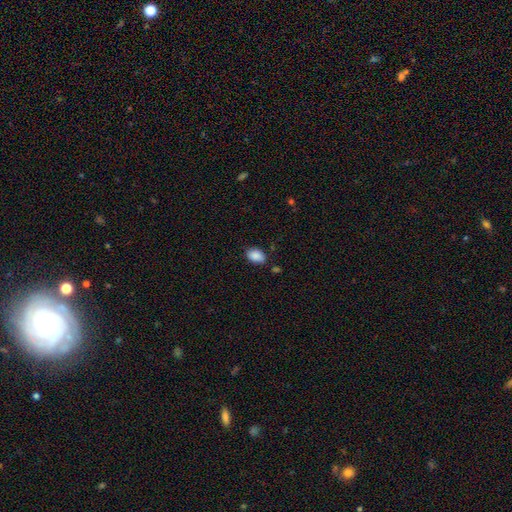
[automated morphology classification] smooth 89%, star or artifact 8%, featured or disk 4%. Down the decision tree: how rounded — in between (85%); merging — none (77%).